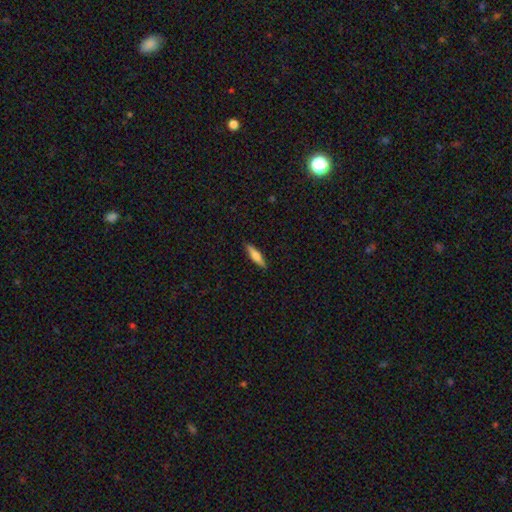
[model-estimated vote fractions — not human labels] Smooth or featured?
  - smooth: 65% *
  - featured or disk: 29%
  - star or artifact: 6%
How rounded?
  - cigar-shaped: 78% *
  - in between: 20%
  - round: 2%
Merging?
  - none: 90% *
  - minor disturbance: 8%
  - major disturbance: 2%
  - merger: 1%